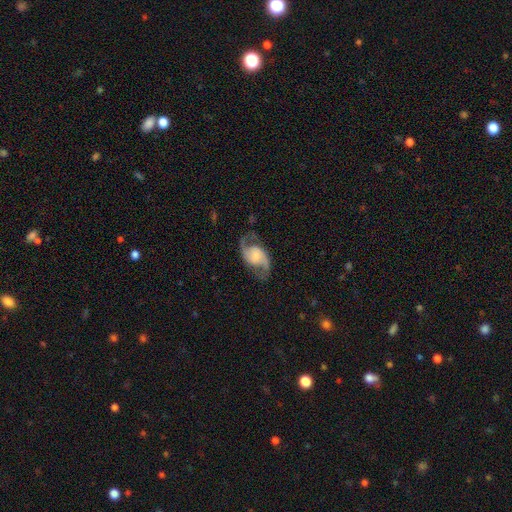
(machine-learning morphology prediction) A featured or disk galaxy (86%) with no bar (48%), 2 (93%) medium (46%) spiral arms (96%) and a small central bulge (40%). Merging: none (75%).